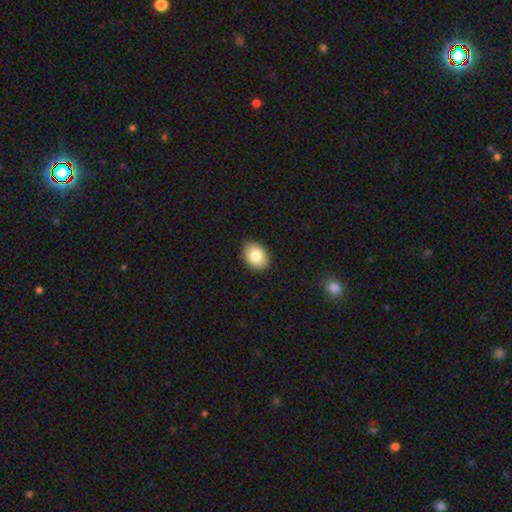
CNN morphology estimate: A smooth galaxy with no disk features (82%) that is in between round and cigar-shaped (73%).

Vote fractions:
- Smooth or featured? smooth: 82% / featured or disk: 10% / star or artifact: 8%
- How rounded? in between: 73% / round: 26% / cigar-shaped: 1%
- Merging? none: 89% / minor disturbance: 8% / major disturbance: 2% / merger: 1%